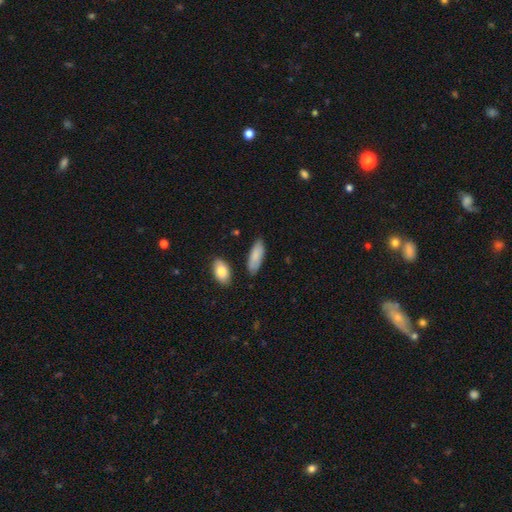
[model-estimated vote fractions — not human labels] A smooth galaxy with no disk features (83%) that is in between round and cigar-shaped (74%). Merging: none (78%).